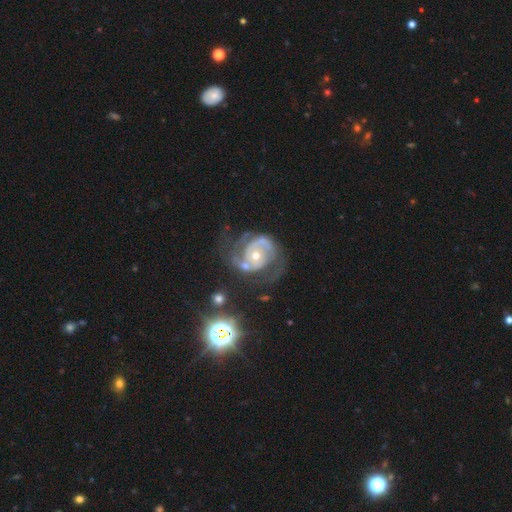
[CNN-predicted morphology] smooth_or_featured: featured or disk (p=0.89) [alt: smooth p=0.06]
disk_edge_on: no (p=0.98) [alt: yes p=0.02]
bar: no (p=0.71) [alt: weak p=0.23]
has_spiral_arms: yes (p=0.96) [alt: no p=0.04]
spiral_winding: tight (p=0.44) [tied with: medium p=0.44]
spiral_arm_count: 2 (p=0.73) [alt: can't tell p=0.10]
bulge_size: moderate (p=0.57) [alt: small p=0.39]
merging: none (p=0.53) [alt: minor disturbance p=0.21]